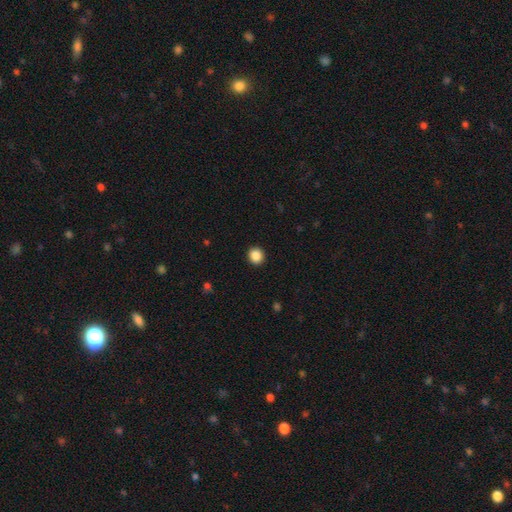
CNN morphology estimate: Smooth or featured? Predicted: smooth (p=0.87). How rounded? Predicted: round (p=0.86). Merging? Predicted: none (p=0.92).